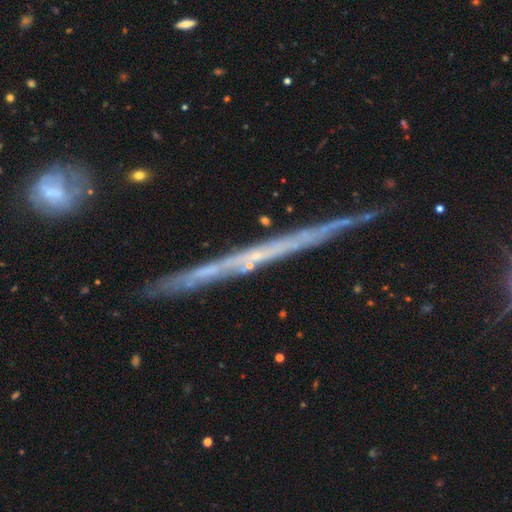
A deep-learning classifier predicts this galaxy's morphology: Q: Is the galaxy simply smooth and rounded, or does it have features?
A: featured or disk — 72%.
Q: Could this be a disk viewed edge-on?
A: yes — 97%.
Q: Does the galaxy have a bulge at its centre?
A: none — 87%.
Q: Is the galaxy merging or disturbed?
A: none — 88%.